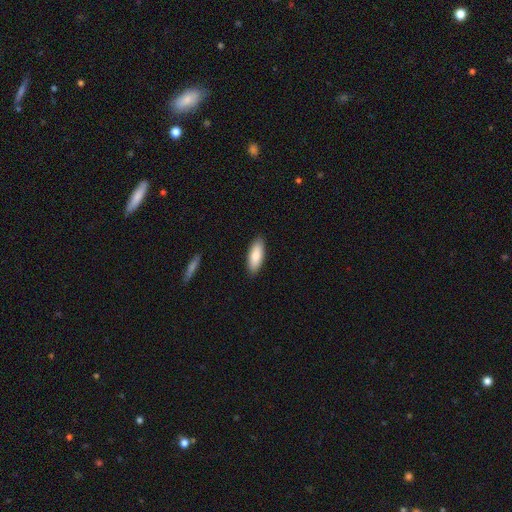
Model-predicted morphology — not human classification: smooth_or_featured: smooth (p=0.83) [alt: featured or disk p=0.11]
how_rounded: in between (p=0.73) [alt: cigar-shaped p=0.25]
merging: none (p=0.89) [alt: minor disturbance p=0.08]